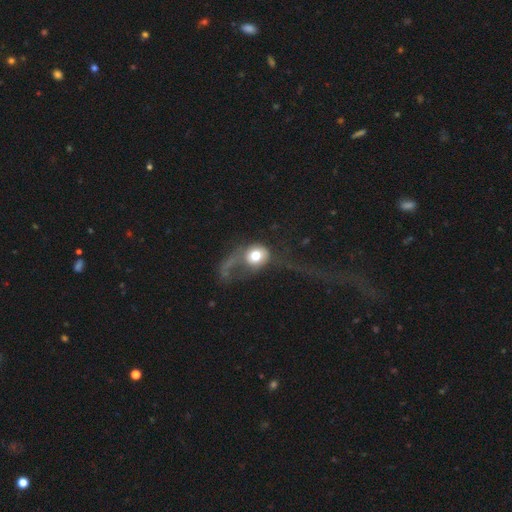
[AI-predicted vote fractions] smooth 62%, featured or disk 29%, star or artifact 9%. Down the decision tree: how rounded — round (72%); merging — major disturbance (67%).